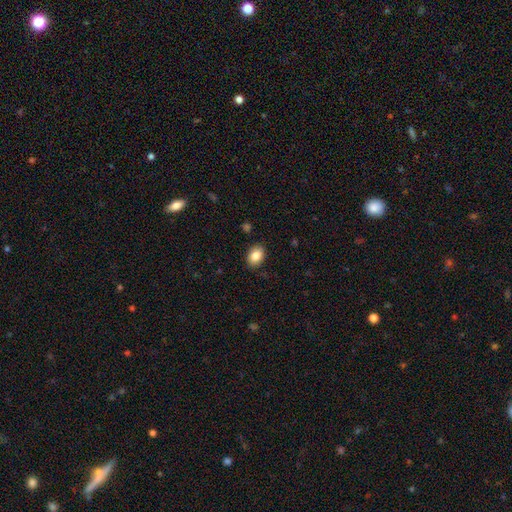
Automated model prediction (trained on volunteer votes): This appears to be a smooth galaxy with no disk features (86%) that is in between round and cigar-shaped (78%). Merging: none (87%).